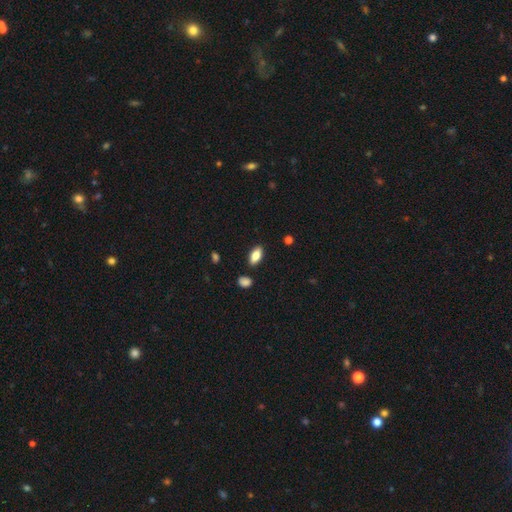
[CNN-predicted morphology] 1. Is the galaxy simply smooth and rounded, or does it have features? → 82% smooth, 11% featured or disk, 7% star or artifact.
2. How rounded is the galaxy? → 88% in between, 9% cigar-shaped, 3% round.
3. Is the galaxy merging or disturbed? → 86% none, 9% minor disturbance, 2% merger, 2% major disturbance.